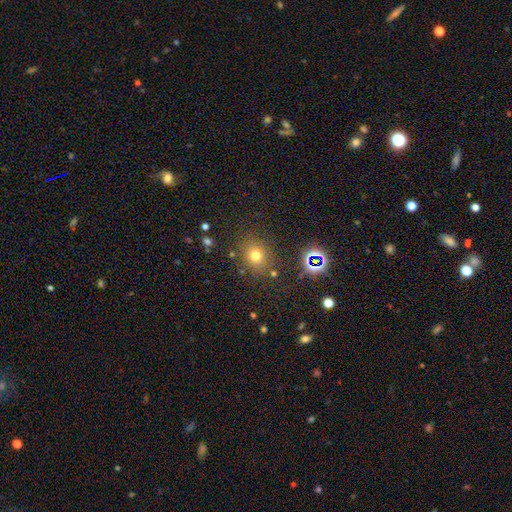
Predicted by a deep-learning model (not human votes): The model was most divided on "smooth or featured": smooth: 69%, star or artifact: 23%, featured or disk: 9%. More confident: merging — none (80%); how rounded — round (74%).